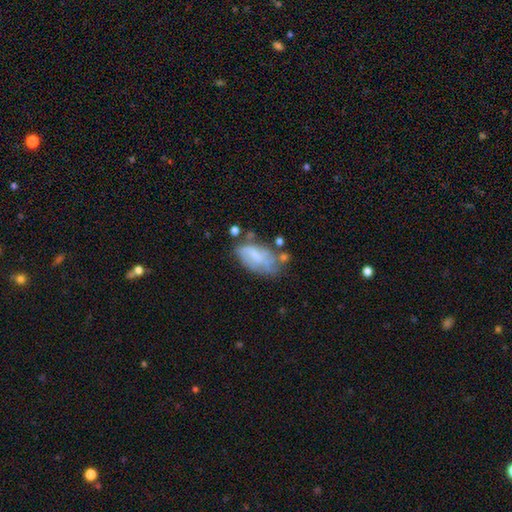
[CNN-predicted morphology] A featured or disk galaxy (50%). Merging: none (36%).